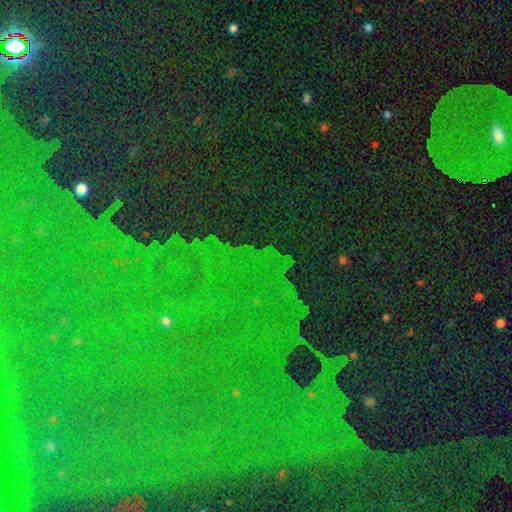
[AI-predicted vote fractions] Overall: star or artifact (85%).